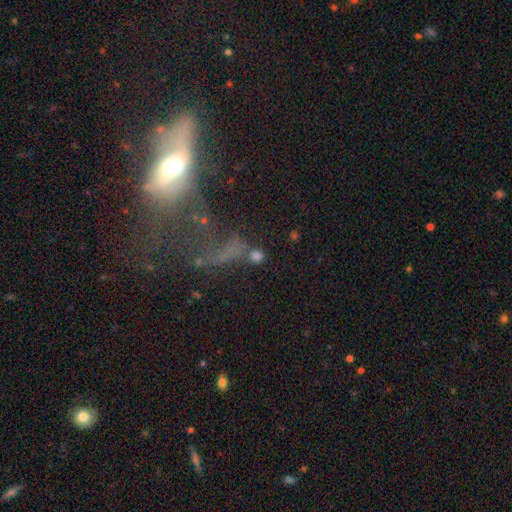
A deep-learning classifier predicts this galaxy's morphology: A smooth galaxy with no disk features (64%) that is round (78%). Merging: none (52%).